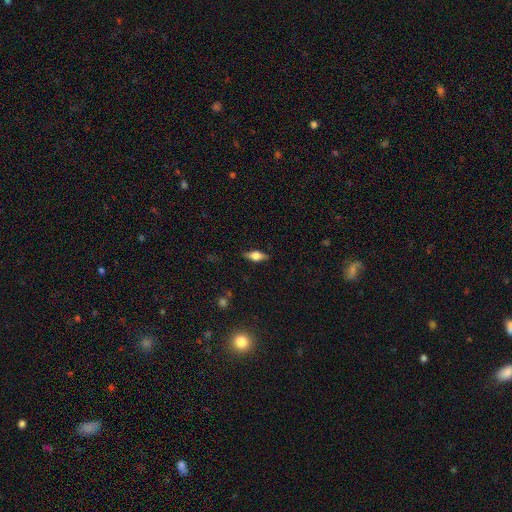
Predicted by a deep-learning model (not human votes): Morphology: type=smooth (54%); roundness=in between (75%); merging=none (85%).